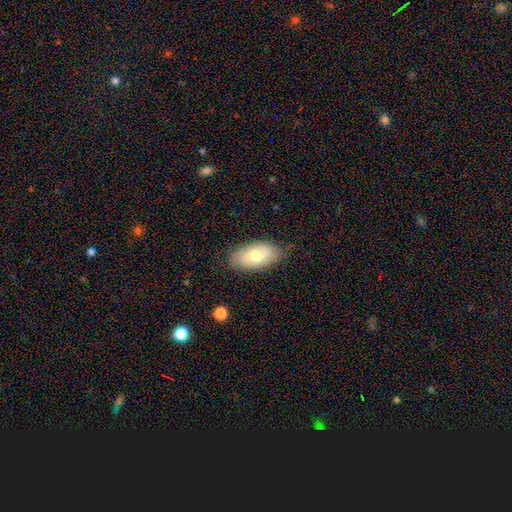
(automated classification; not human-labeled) Smooth or featured?
  - smooth: 63% *
  - featured or disk: 31%
  - star or artifact: 7%
How rounded?
  - in between: 93% *
  - round: 4%
  - cigar-shaped: 4%
Merging?
  - none: 77% *
  - minor disturbance: 18%
  - major disturbance: 4%
  - merger: 1%